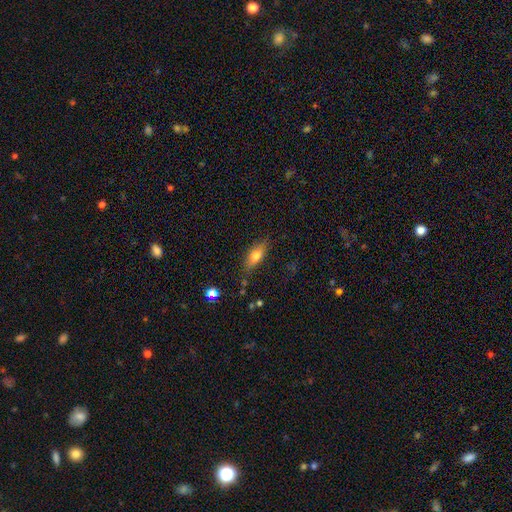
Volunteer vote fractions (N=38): Smooth or featured? 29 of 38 (76%) said smooth. How rounded? 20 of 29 (69%) said in between. Merging? 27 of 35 (77%) said none.